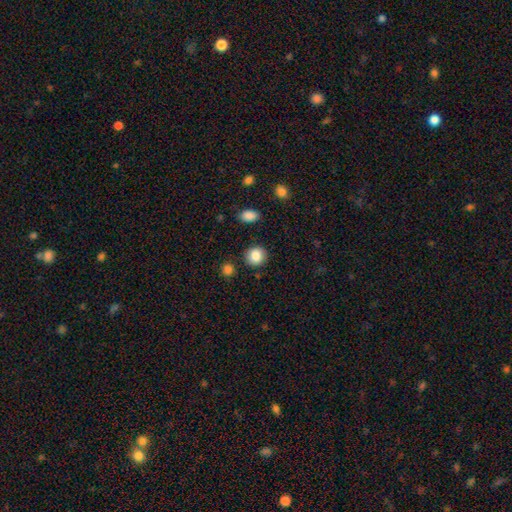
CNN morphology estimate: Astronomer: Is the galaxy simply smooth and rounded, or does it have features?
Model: smooth — 85%.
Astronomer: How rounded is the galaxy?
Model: round — 84%.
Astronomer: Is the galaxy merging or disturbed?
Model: none — 87%.